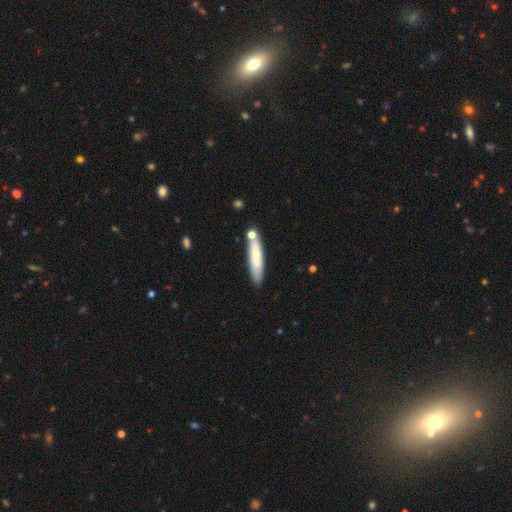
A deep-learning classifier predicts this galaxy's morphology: This is likely a smooth galaxy (68%). How rounded: clearly cigar-shaped (84%). Merging: likely none (73%).